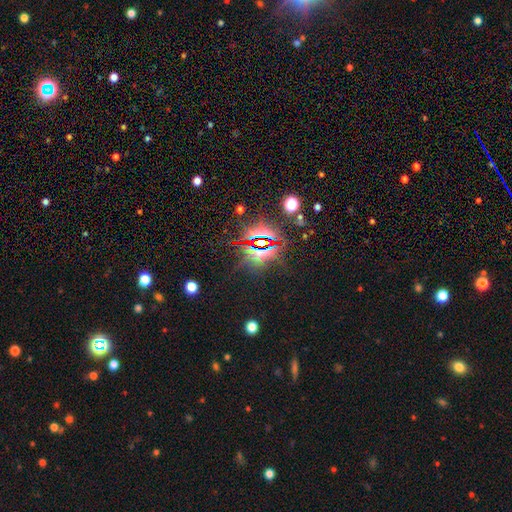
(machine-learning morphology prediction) smooth_or_featured: star or artifact (p=0.82) [alt: smooth p=0.10]